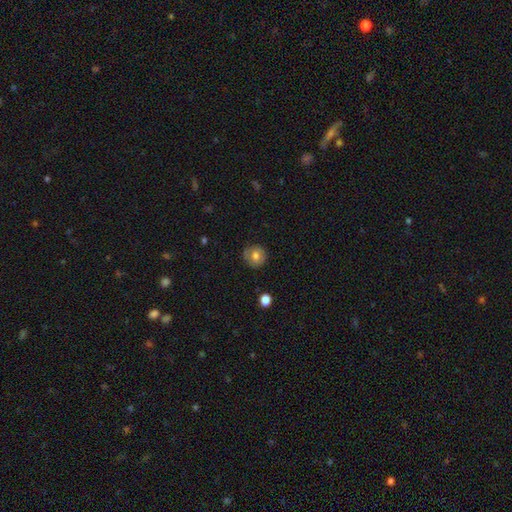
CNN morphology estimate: A smooth galaxy with no disk features (70%) that is round (87%).

Vote fractions:
- Smooth or featured? smooth: 70% / featured or disk: 21% / star or artifact: 9%
- How rounded? round: 87% / in between: 12% / cigar-shaped: 1%
- Merging? none: 81% / minor disturbance: 14% / major disturbance: 3% / merger: 1%